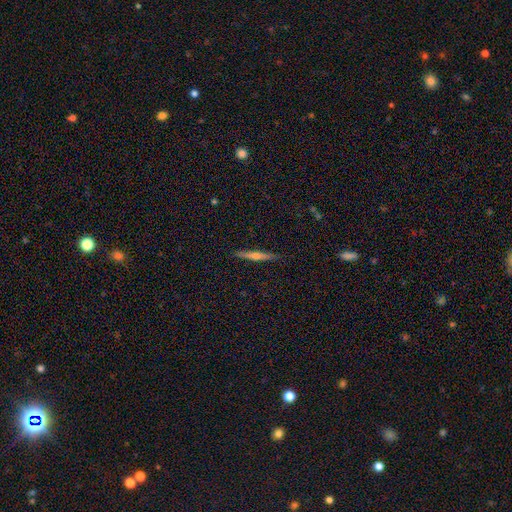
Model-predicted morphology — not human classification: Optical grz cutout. It shows a featured or disk galaxy (63%) viewed edge-on (97%) with a rounded central bulge (82%). Merging: none (90%).